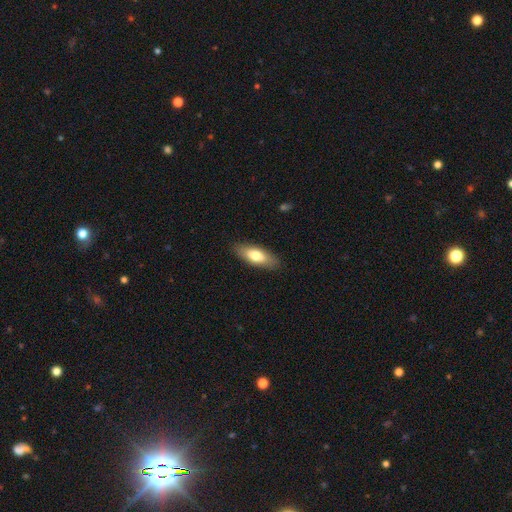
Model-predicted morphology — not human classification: A smooth galaxy with no disk features (72%) that is in between round and cigar-shaped (69%).

Vote fractions:
- Smooth or featured? smooth: 72% / featured or disk: 22% / star or artifact: 6%
- How rounded? in between: 69% / cigar-shaped: 28% / round: 2%
- Merging? none: 87% / minor disturbance: 10% / major disturbance: 2% / merger: 1%